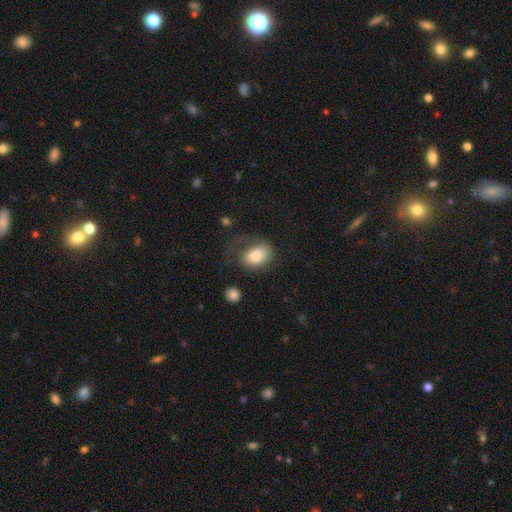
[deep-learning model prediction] The model was most divided on "merging": none: 40%, major disturbance: 34%, minor disturbance: 23%, merger: 3%. More confident: how rounded — in between (77%); smooth or featured — smooth (76%).